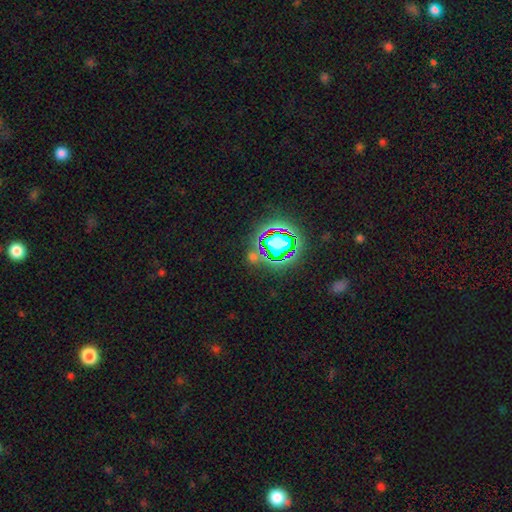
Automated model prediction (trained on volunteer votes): Morphology: type=star or artifact (66%).